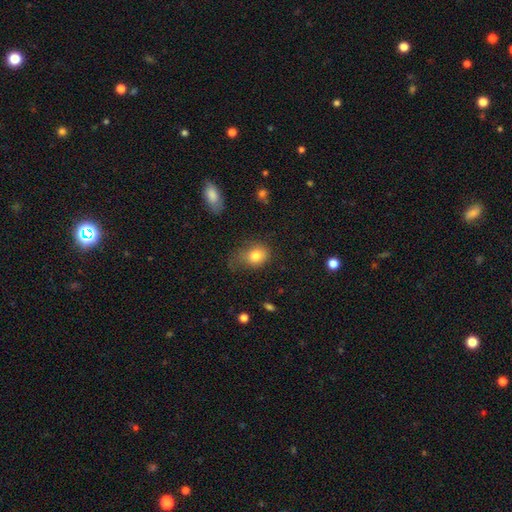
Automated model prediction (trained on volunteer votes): Q: Smooth or featured?
A: smooth (79%); runner-up: star or artifact (11%)
Q: How rounded?
A: in between (50%); runner-up: round (49%)
Q: Merging?
A: none (39%); runner-up: minor disturbance (33%)